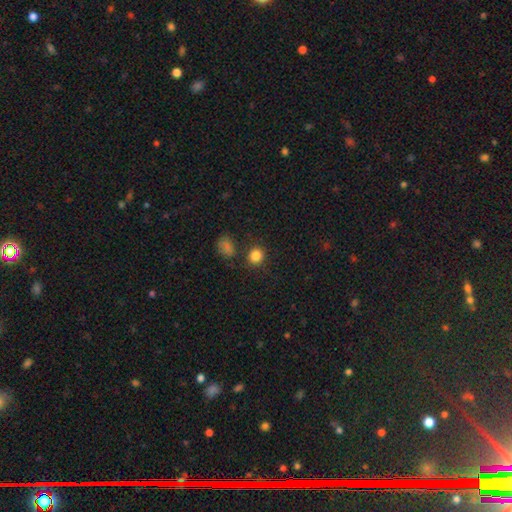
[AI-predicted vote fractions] Q: Smooth or featured?
A: smooth (84%); runner-up: star or artifact (12%)
Q: How rounded?
A: round (86%); runner-up: in between (13%)
Q: Merging?
A: none (82%); runner-up: minor disturbance (8%)